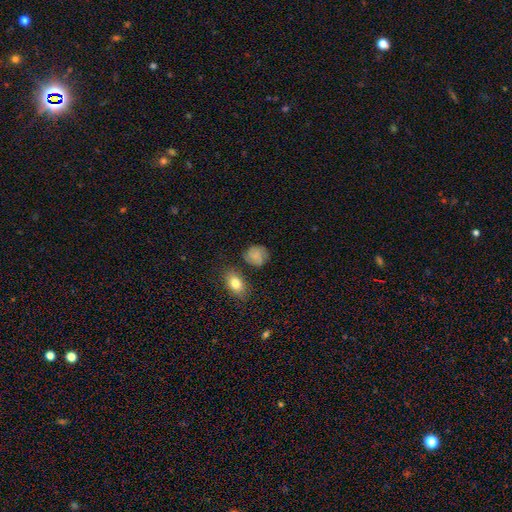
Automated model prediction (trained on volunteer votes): This appears to be a smooth galaxy with no disk features (68%) that is round (64%). Merging: none (69%).